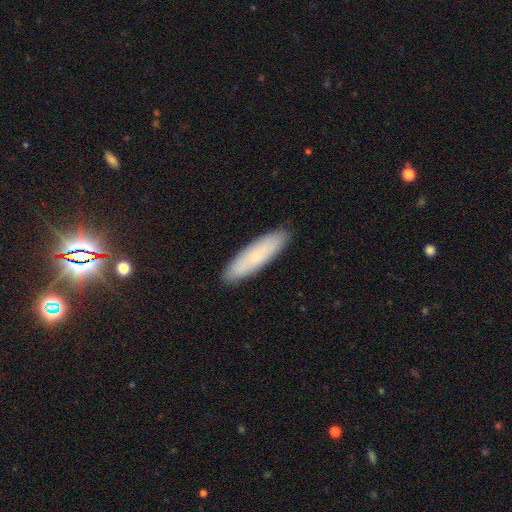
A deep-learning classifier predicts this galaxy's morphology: The model was most divided on "how rounded": cigar-shaped: 72%, in between: 26%, round: 2%. More confident: merging — none (90%); smooth or featured — smooth (73%).